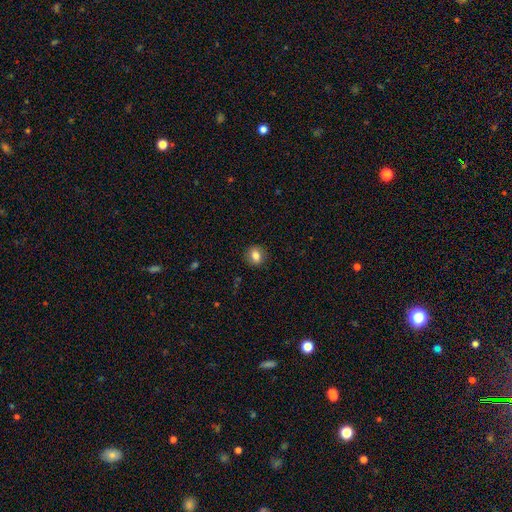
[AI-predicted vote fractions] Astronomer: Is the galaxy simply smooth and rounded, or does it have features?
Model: smooth — 82%.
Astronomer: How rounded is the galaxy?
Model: round — 71%.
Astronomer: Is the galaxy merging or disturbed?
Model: none — 88%.